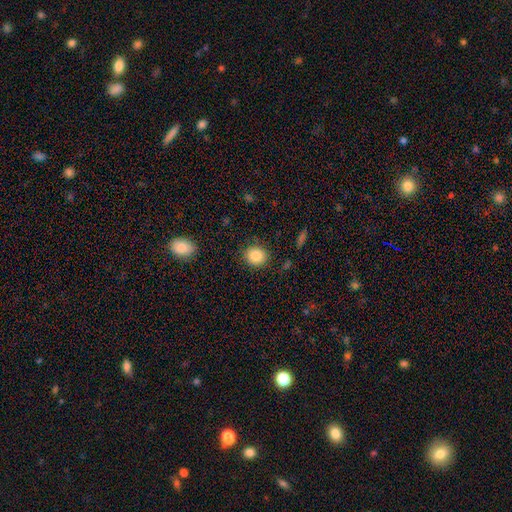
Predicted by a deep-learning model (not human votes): Smooth or featured? Predicted: smooth (p=0.87). How rounded? Predicted: round (p=0.77). Merging? Predicted: none (p=0.87).